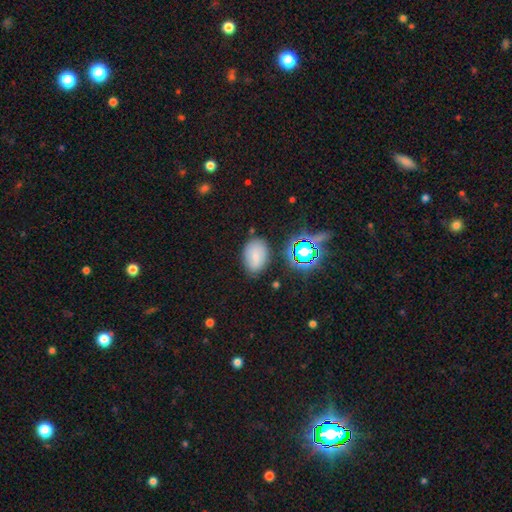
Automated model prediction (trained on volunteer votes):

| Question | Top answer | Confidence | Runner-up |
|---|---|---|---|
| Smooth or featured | smooth | 71% | star or artifact (15%) |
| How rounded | in between | 84% | round (15%) |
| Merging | none | 75% | minor disturbance (17%) |